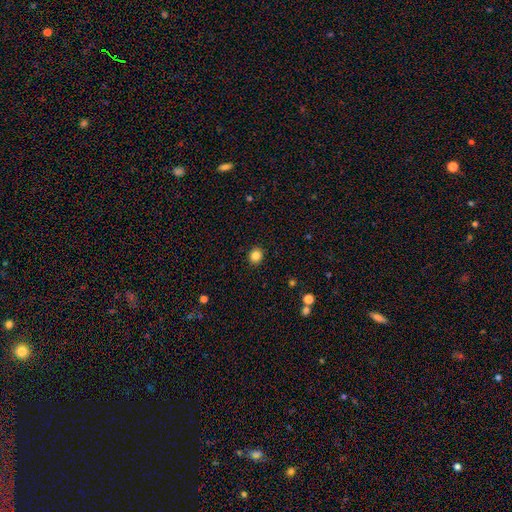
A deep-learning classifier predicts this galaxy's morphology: Smooth or featured? Predicted: smooth (p=0.85). How rounded? Predicted: round (p=0.78). Merging? Predicted: none (p=0.91).